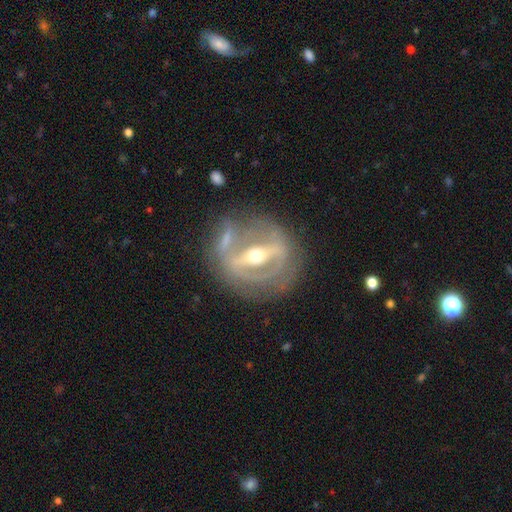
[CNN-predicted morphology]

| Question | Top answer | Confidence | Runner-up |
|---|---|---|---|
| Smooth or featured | featured or disk | 84% | smooth (10%) |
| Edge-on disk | no | 82% | yes (18%) |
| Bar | strong | 79% | weak (14%) |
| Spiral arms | no | 51% | yes (49%) |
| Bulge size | moderate | 69% | small (24%) |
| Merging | none | 64% | minor disturbance (17%) |